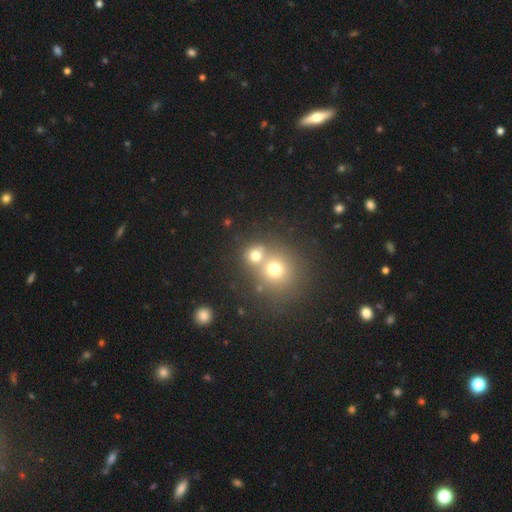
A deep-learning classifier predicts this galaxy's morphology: Q: Smooth or featured?
A: smooth (70%); runner-up: star or artifact (16%)
Q: How rounded?
A: round (83%); runner-up: in between (16%)
Q: Merging?
A: merger (50%); runner-up: none (41%)